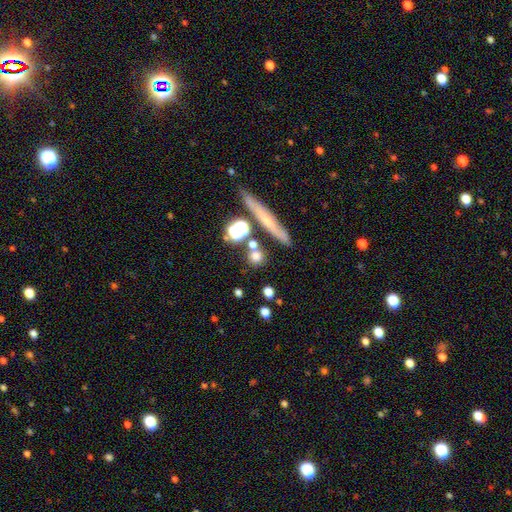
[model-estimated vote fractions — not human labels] Morphology: type=smooth (70%); roundness=round (77%); merging=none (72%).